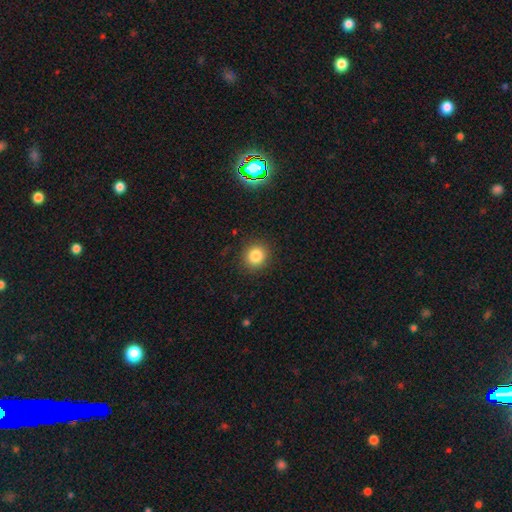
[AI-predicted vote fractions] Smooth or featured?
  - smooth: 83% *
  - star or artifact: 11%
  - featured or disk: 5%
How rounded?
  - round: 84% *
  - in between: 15%
  - cigar-shaped: 1%
Merging?
  - none: 89% *
  - minor disturbance: 7%
  - major disturbance: 2%
  - merger: 1%